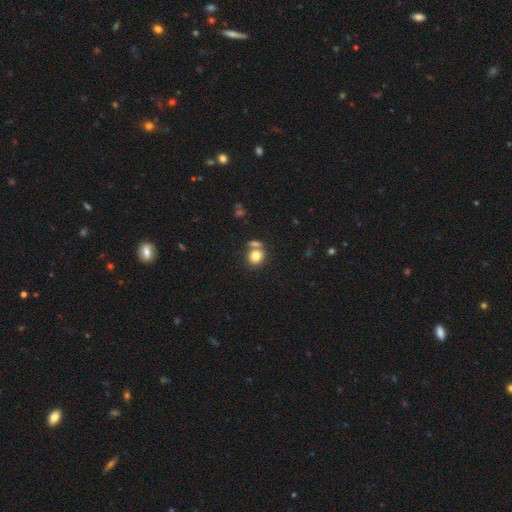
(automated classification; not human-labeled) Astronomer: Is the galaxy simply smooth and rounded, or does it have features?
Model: smooth — 79%.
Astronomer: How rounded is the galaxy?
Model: round — 79%.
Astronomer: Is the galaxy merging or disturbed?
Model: none — 59%.